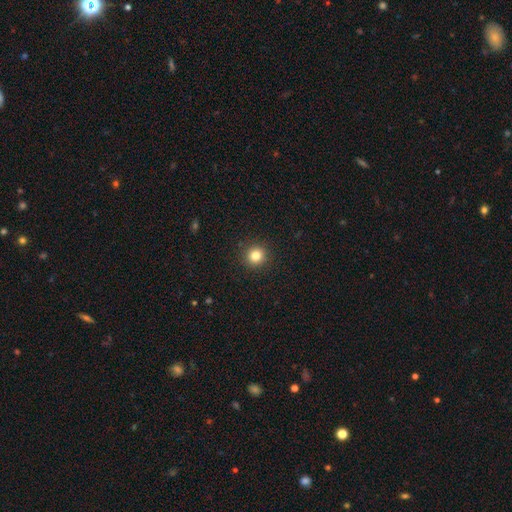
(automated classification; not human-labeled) Smooth or featured? smooth (82%)
How rounded? round (94%)
Merging? none (92%)